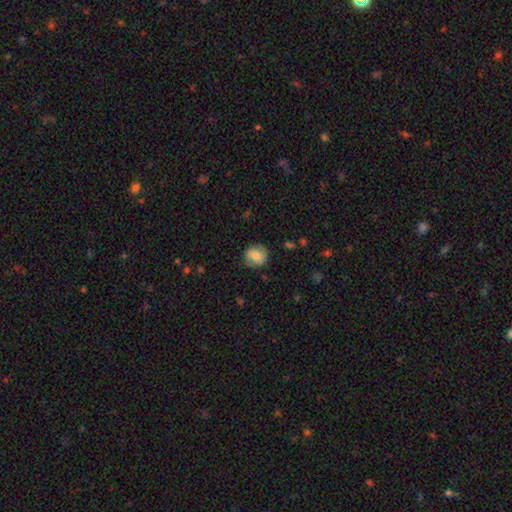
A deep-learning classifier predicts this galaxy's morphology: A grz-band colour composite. It shows a smooth galaxy with no disk features (68%) that is round (84%). Merging: none (82%).